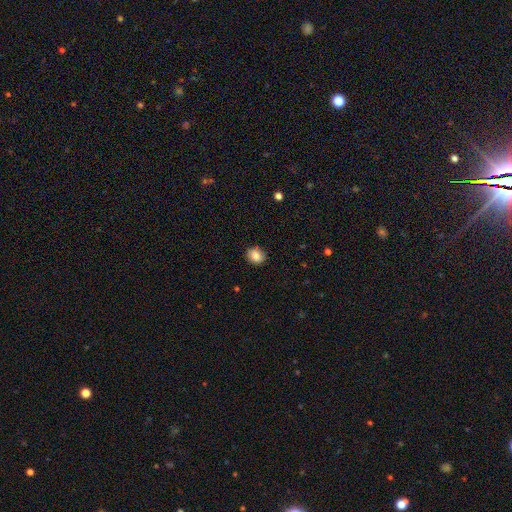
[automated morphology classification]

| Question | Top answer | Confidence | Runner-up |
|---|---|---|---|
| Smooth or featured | smooth | 84% | star or artifact (9%) |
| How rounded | round | 68% | in between (31%) |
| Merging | none | 88% | minor disturbance (9%) |